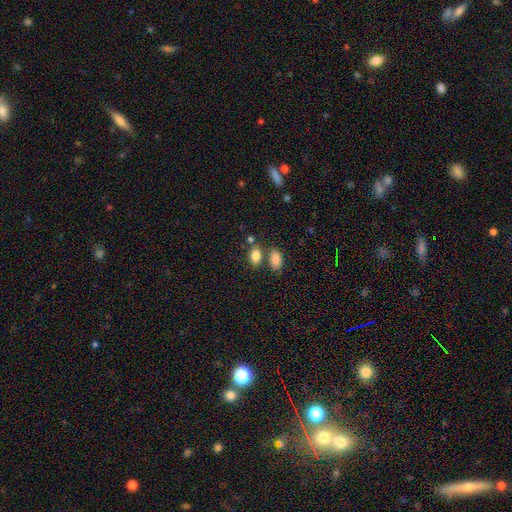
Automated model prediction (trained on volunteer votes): Smooth or featured? Predicted: smooth (p=0.83). How rounded? Predicted: in between (p=0.85). Merging? Predicted: none (p=0.60).